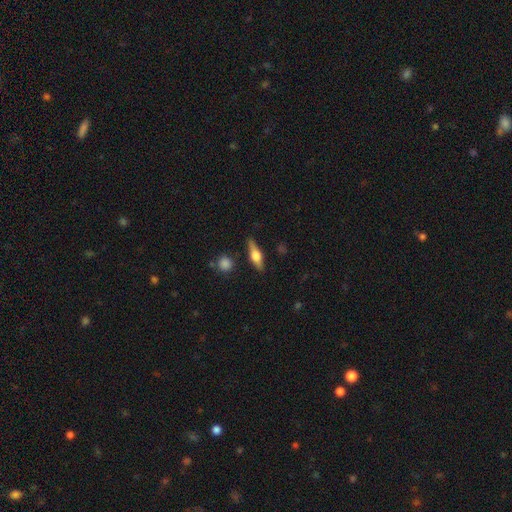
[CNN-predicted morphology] Overall: featured or disk (54%; smooth 39%). Edge-on disk: yes (93%). Edge-on bulge: rounded (91%). Merging: none (82%).